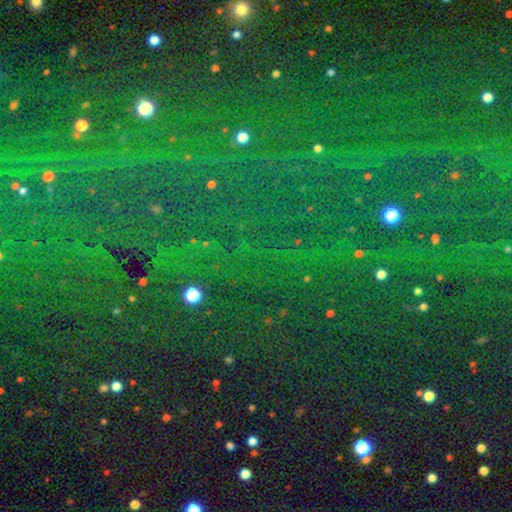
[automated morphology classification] The model was most divided on "smooth or featured": star or artifact: 84%, smooth: 9%, featured or disk: 7%.